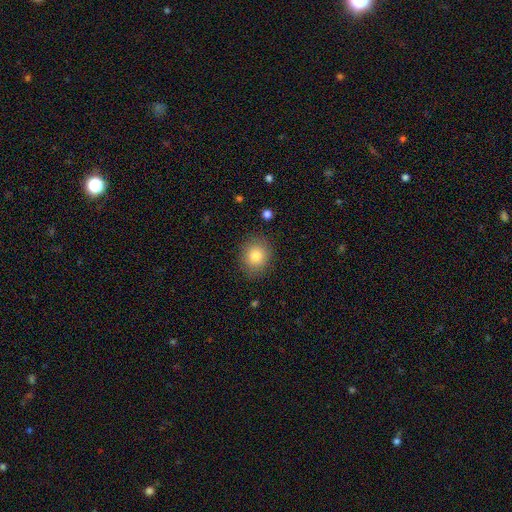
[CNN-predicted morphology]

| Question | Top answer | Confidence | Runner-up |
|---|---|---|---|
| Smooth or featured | smooth | 82% | star or artifact (10%) |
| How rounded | round | 72% | in between (27%) |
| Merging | none | 86% | minor disturbance (10%) |